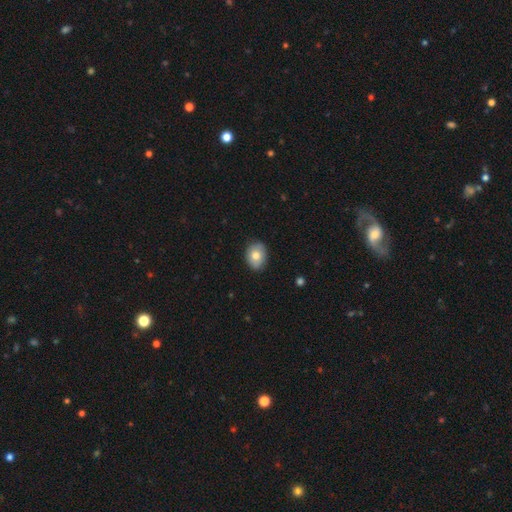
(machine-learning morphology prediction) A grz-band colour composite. It shows a smooth galaxy with no disk features (78%) that is in between round and cigar-shaped (64%). Merging: none (85%).